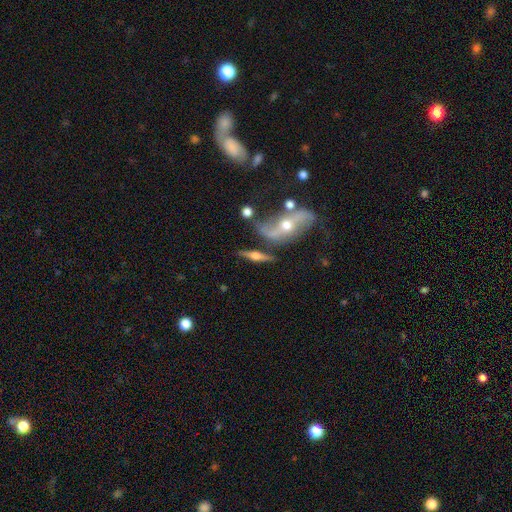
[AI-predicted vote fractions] A featured or disk galaxy (70%) viewed edge-on (87%) with a rounded central bulge (94%).

Vote fractions:
- Smooth or featured? featured or disk: 70% / smooth: 23% / star or artifact: 7%
- Edge-on disk? yes: 87% / no: 13%
- Edge-on bulge? rounded: 94% / boxy: 3% / none: 2%
- Merging? none: 67% / minor disturbance: 15% / merger: 13% / major disturbance: 6%